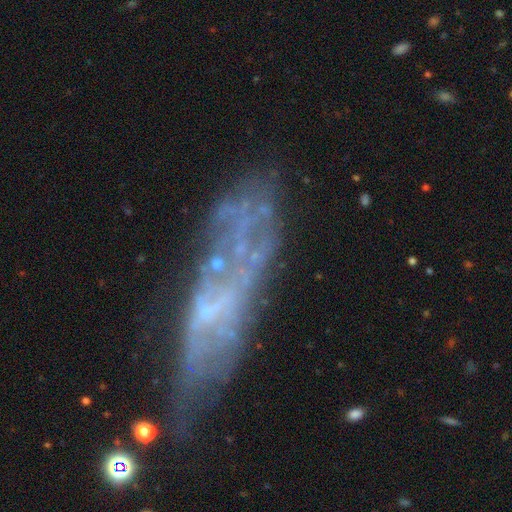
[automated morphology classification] featured or disk 64%, smooth 22%, star or artifact 14%. Down the decision tree: edge-on disk — no (80%); bar — no (72%); spiral arms — no (74%); bulge size — none (53%); merging — none (47%).